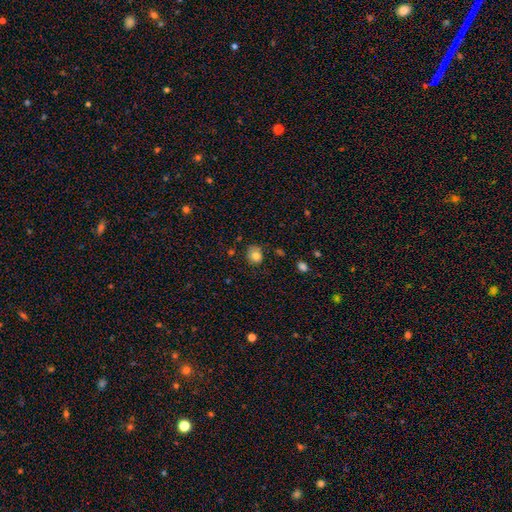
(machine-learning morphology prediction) Smooth or featured? smooth (79%)
How rounded? round (68%)
Merging? none (66%)